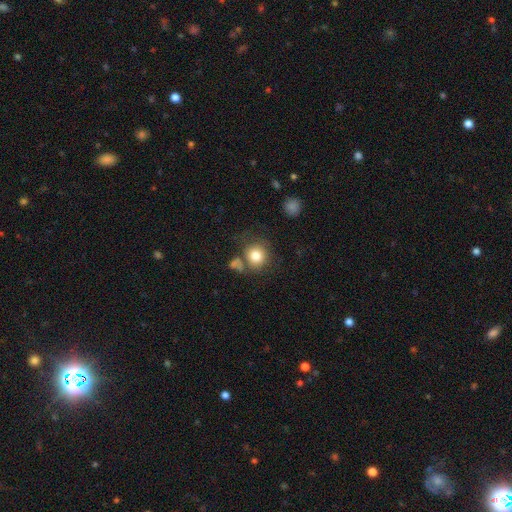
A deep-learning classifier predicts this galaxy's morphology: Smooth or featured? Predicted: smooth (p=0.80). How rounded? Predicted: round (p=0.87). Merging? Predicted: none (p=0.63).